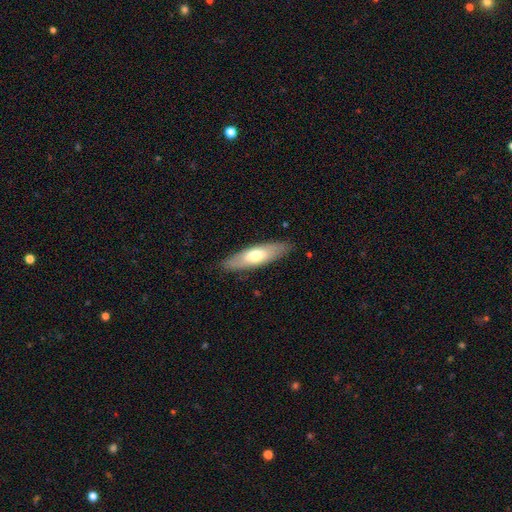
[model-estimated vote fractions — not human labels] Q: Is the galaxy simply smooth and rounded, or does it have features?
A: smooth — 58%.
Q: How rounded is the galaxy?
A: cigar-shaped — 50%.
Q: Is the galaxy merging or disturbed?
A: none — 86%.